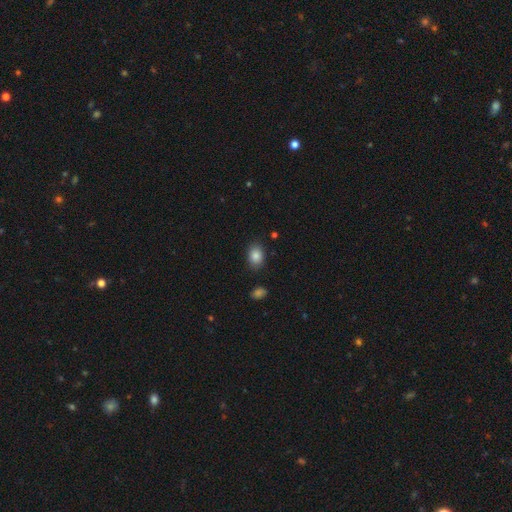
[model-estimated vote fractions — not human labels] smooth_or_featured: smooth (p=0.85) [alt: star or artifact p=0.09]
how_rounded: in between (p=0.74) [alt: round p=0.25]
merging: none (p=0.85) [alt: minor disturbance p=0.11]